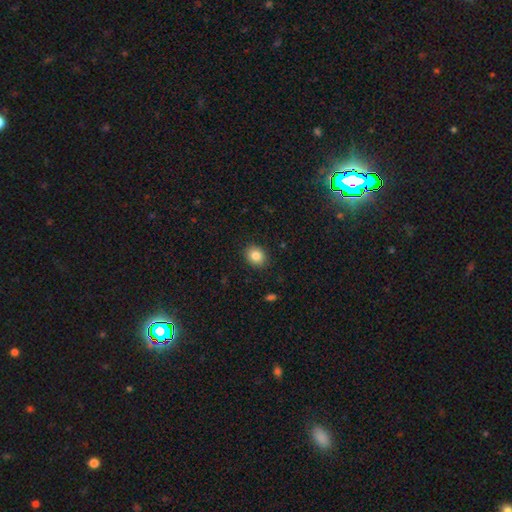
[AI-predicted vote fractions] smooth-or-featured: smooth: 84% | star or artifact: 9% | featured or disk: 7%
  how-rounded: round: 57% | in between: 42% | cigar-shaped: 1%
  merging: none: 90% | minor disturbance: 7% | major disturbance: 2% | merger: 1%